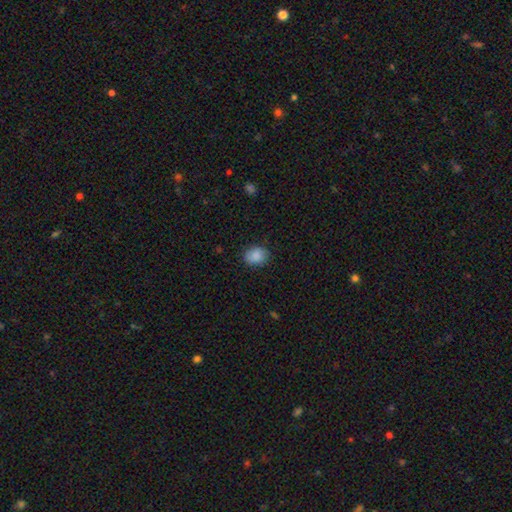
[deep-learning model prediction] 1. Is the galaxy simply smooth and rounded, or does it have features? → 87% smooth, 8% star or artifact, 5% featured or disk.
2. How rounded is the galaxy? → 52% round, 47% in between, 1% cigar-shaped.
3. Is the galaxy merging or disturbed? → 82% none, 14% minor disturbance, 3% major disturbance, 1% merger.